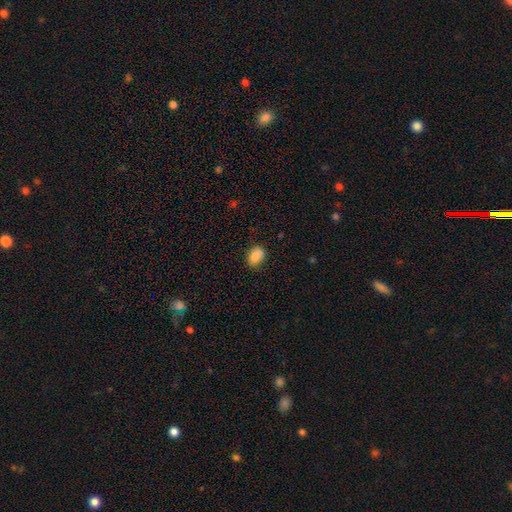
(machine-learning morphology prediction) This appears to be a smooth galaxy with no disk features (85%) that is in between round and cigar-shaped (70%). Merging: none (77%).